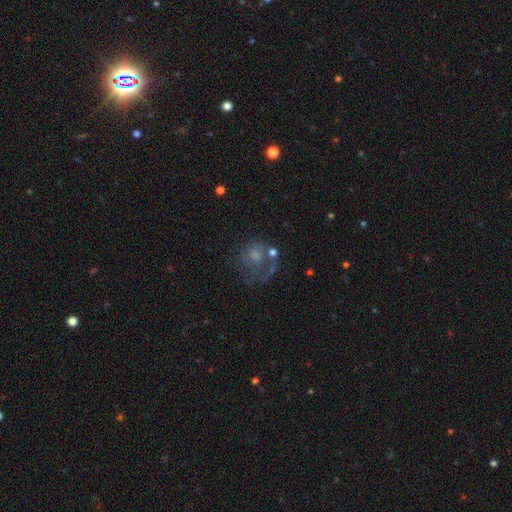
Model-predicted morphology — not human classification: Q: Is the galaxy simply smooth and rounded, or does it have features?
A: featured or disk — 42%, tied with smooth.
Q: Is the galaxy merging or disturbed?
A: major disturbance — 36%, tied with none.